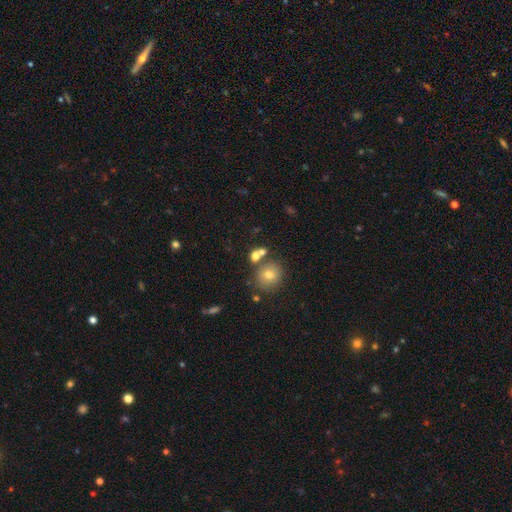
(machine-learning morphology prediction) Overall: smooth (71%). How rounded: round (72%). Merging: none (54%; merger 32%).